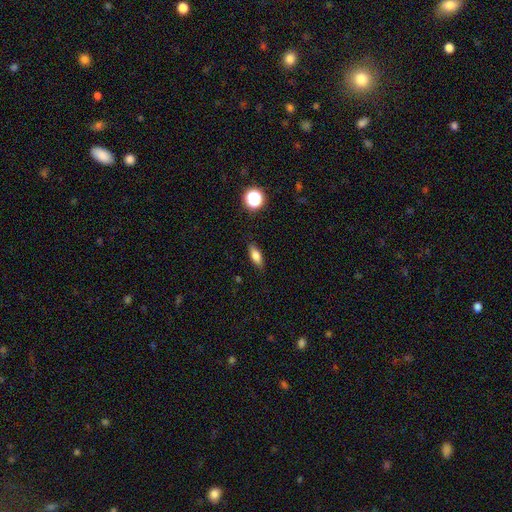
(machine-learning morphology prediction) Q: Smooth or featured?
A: smooth (76%); runner-up: featured or disk (15%)
Q: How rounded?
A: in between (70%); runner-up: cigar-shaped (25%)
Q: Merging?
A: none (85%); runner-up: minor disturbance (11%)